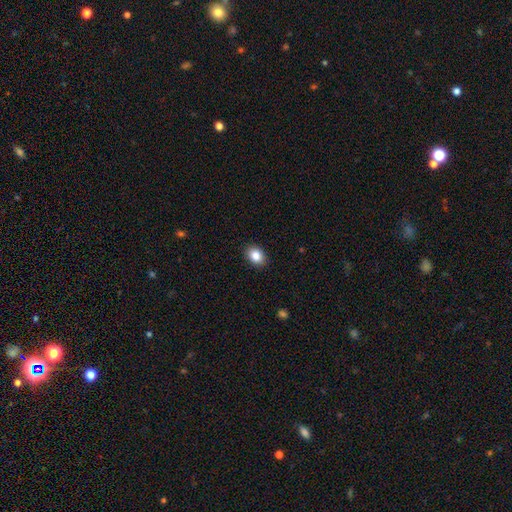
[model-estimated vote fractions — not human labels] A smooth galaxy with no disk features (86%) that is in between round and cigar-shaped (69%).

Vote fractions:
- Smooth or featured? smooth: 86% / star or artifact: 9% / featured or disk: 5%
- How rounded? in between: 69% / round: 30% / cigar-shaped: 1%
- Merging? none: 89% / minor disturbance: 8% / major disturbance: 2% / merger: 1%